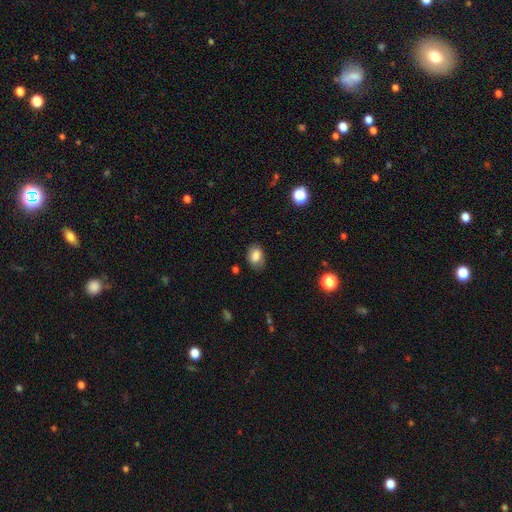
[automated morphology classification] type=smooth (76%); roundness=in between (78%); merging=none (77%).